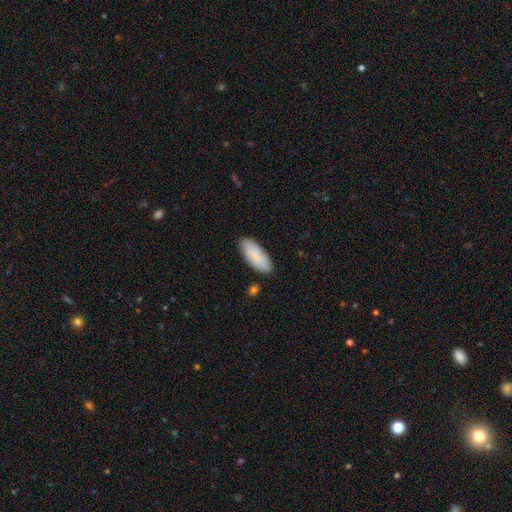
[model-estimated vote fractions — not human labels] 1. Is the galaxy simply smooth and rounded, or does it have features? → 82% smooth, 12% featured or disk, 6% star or artifact.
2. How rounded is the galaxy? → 81% in between, 17% cigar-shaped, 2% round.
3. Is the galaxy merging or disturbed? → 81% none, 15% minor disturbance, 3% major disturbance, 2% merger.